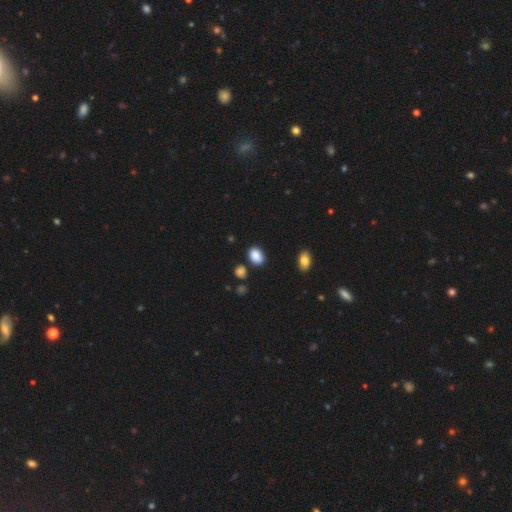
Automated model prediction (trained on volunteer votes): Smooth or featured?
  - smooth: 87% *
  - star or artifact: 9%
  - featured or disk: 4%
How rounded?
  - in between: 79% *
  - round: 20%
  - cigar-shaped: 1%
Merging?
  - none: 78% *
  - minor disturbance: 14%
  - merger: 5%
  - major disturbance: 3%